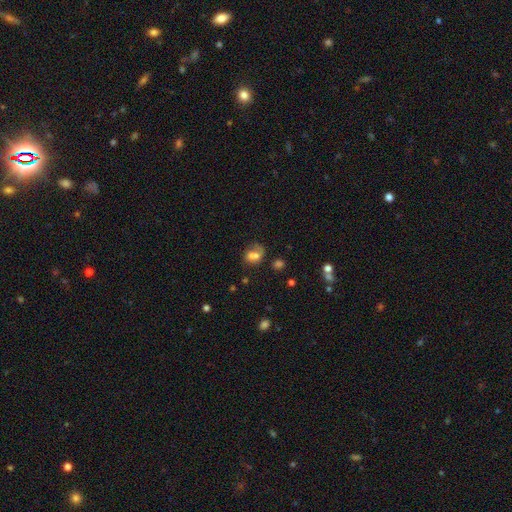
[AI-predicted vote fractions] Smooth or featured?
  - smooth: 58% *
  - featured or disk: 28%
  - star or artifact: 14%
How rounded?
  - in between: 54% *
  - round: 45%
  - cigar-shaped: 1%
Merging?
  - merger: 33% * (tied)
  - none: 33% * (tied)
  - minor disturbance: 17%
  - major disturbance: 17%